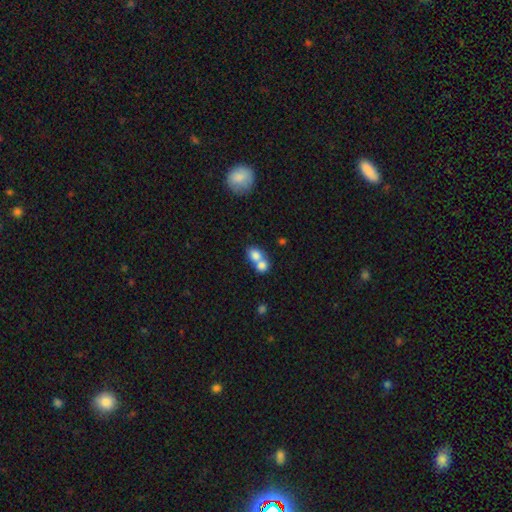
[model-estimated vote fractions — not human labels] A smooth galaxy with no disk features (78%) that is round (52%).

Vote fractions:
- Smooth or featured? smooth: 78% / featured or disk: 13% / star or artifact: 9%
- How rounded? round: 52% / in between: 47% / cigar-shaped: 1%
- Merging? merger: 67% / none: 25% / minor disturbance: 5% / major disturbance: 3%